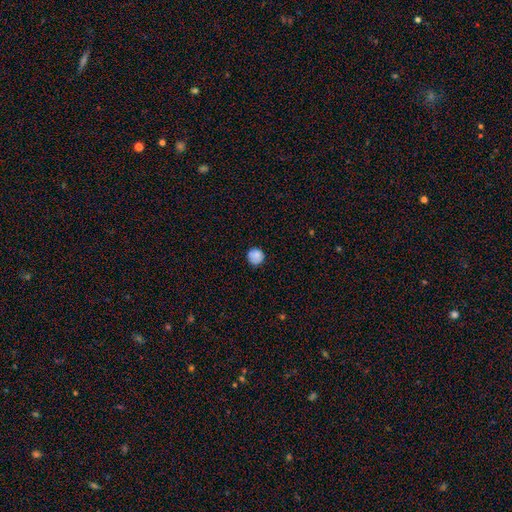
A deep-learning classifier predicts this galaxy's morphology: The model was most divided on "merging": none: 83%, minor disturbance: 13%, major disturbance: 3%, merger: 1%. More confident: how rounded — round (93%); smooth or featured — smooth (84%).